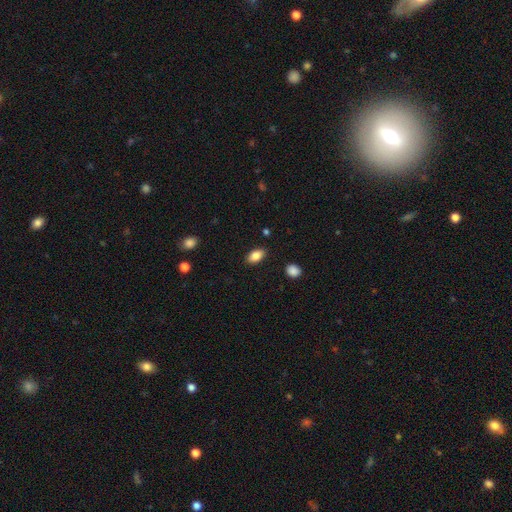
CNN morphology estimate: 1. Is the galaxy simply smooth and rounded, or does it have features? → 86% smooth, 8% star or artifact, 6% featured or disk.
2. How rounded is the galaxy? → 90% in between, 8% round, 2% cigar-shaped.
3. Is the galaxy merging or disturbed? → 87% none, 9% minor disturbance, 2% major disturbance, 1% merger.